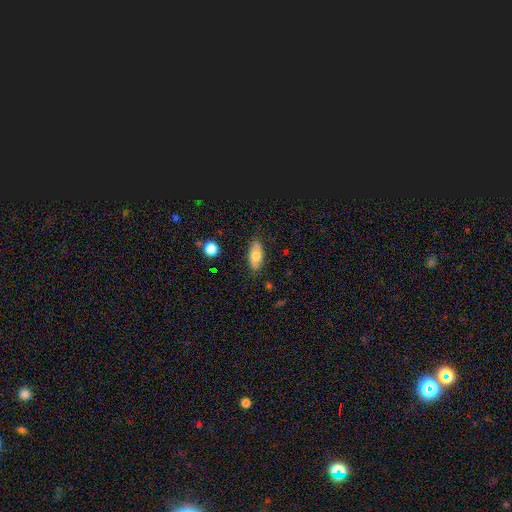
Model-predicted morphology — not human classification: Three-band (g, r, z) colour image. It shows a smooth galaxy with no disk features (73%) that is in between round and cigar-shaped (84%). Merging: none (83%).